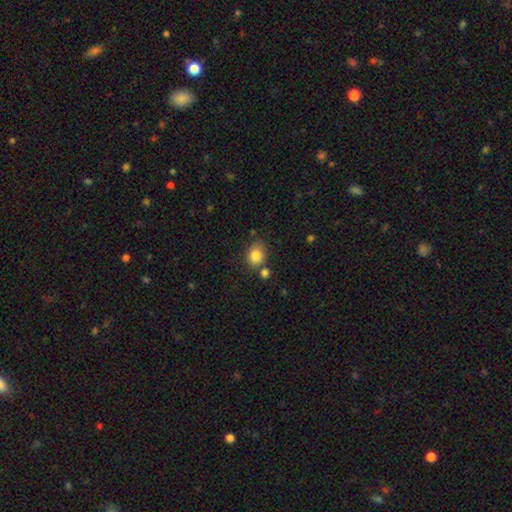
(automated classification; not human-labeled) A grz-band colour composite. It shows a smooth galaxy with no disk features (83%) that is in between round and cigar-shaped (53%). Merging: none (65%).